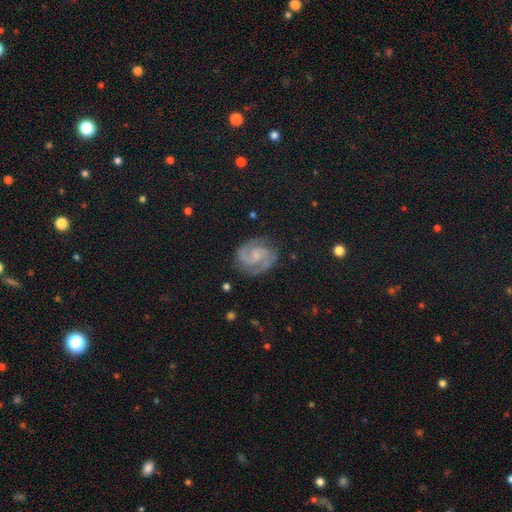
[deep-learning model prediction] This is clearly a featured or disk galaxy (87%). It is clearly not viewed edge-on (98%). Bar: possibly no (48%). Spiral arm pattern: clearly yes (98%). Spiral arm count: clearly 2 (91%). Spiral winding: possibly medium (53%). Central bulge: possibly small (47%). Merging: clearly none (81%).